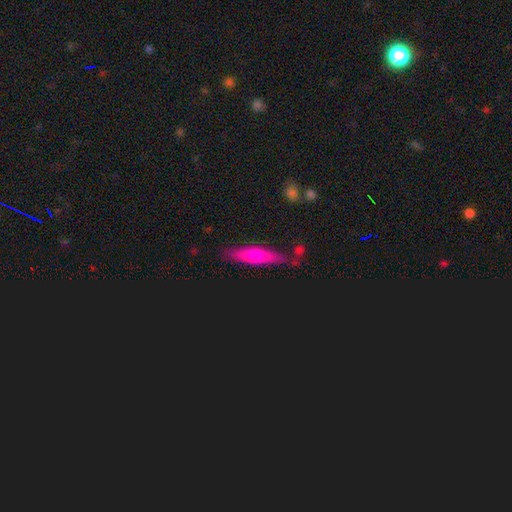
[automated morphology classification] smooth-or-featured: smooth: 56% | featured or disk: 33% | star or artifact: 11%
  how-rounded: cigar-shaped: 72% | in between: 25% | round: 3%
  merging: none: 79% | minor disturbance: 14% | major disturbance: 4% | merger: 4%